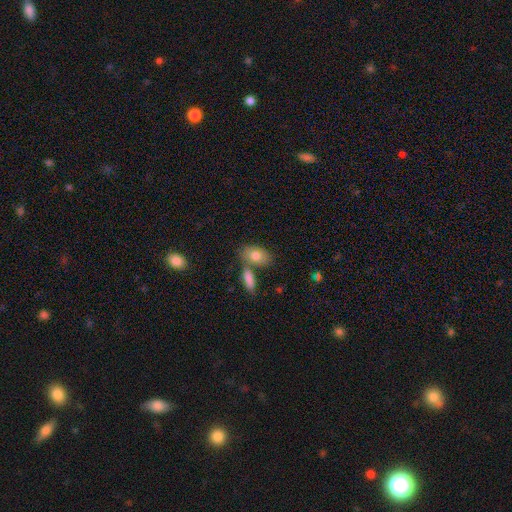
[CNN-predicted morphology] smooth-or-featured: smooth: 79% | featured or disk: 14% | star or artifact: 7%
  how-rounded: in between: 87% | round: 9% | cigar-shaped: 4%
  merging: none: 57% | merger: 26% | minor disturbance: 13% | major disturbance: 4%